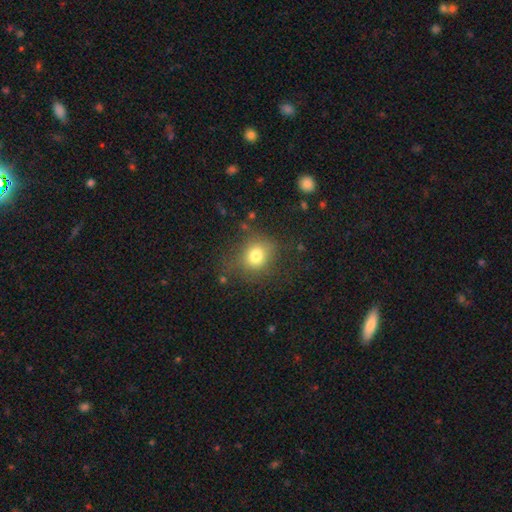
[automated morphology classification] This is likely a smooth galaxy (77%). How rounded: likely round (76%). Merging: likely none (70%).